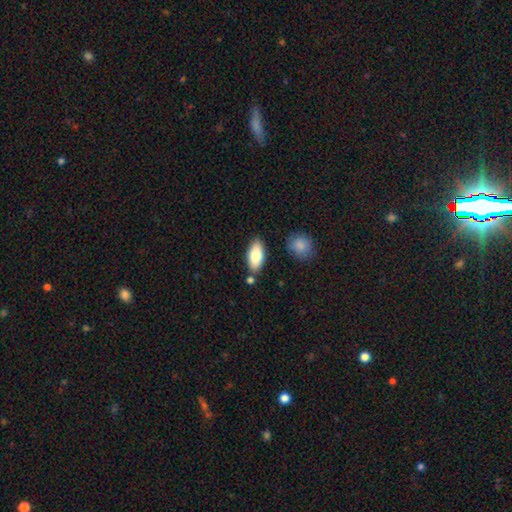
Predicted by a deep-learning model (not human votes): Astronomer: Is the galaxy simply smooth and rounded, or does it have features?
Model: smooth — 81%.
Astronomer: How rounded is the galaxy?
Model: in between — 88%.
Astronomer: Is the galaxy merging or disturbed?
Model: none — 80%.